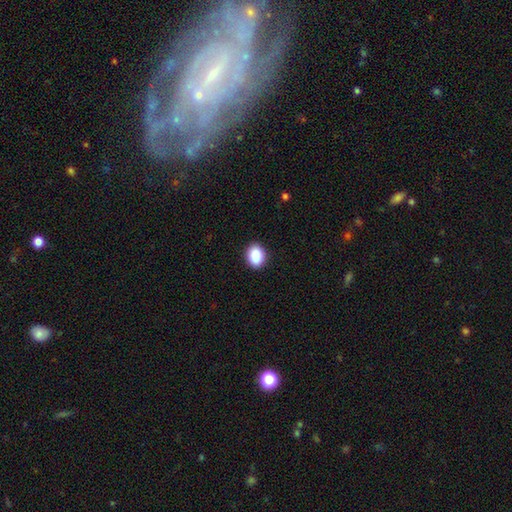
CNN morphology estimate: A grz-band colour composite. It shows a smooth galaxy with no disk features (89%) that is in between round and cigar-shaped (66%). Merging: none (90%).